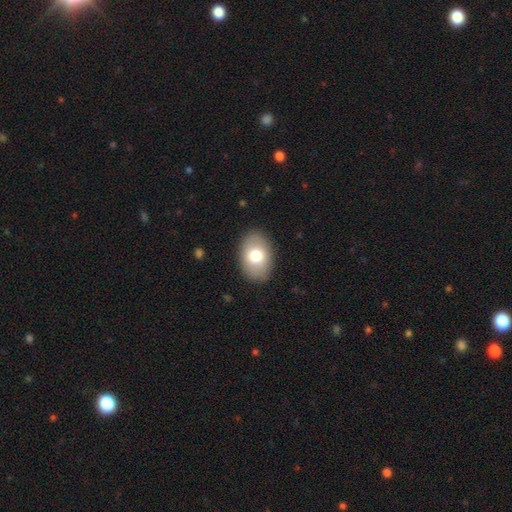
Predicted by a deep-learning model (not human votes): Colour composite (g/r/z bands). It shows a smooth galaxy with no disk features (76%) that is in between round and cigar-shaped (86%). Merging: none (88%).